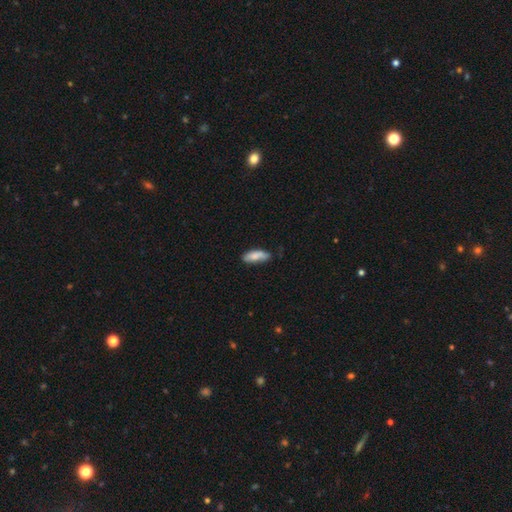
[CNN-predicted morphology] Smooth or featured? smooth (82%)
How rounded? in between (68%)
Merging? none (64%)